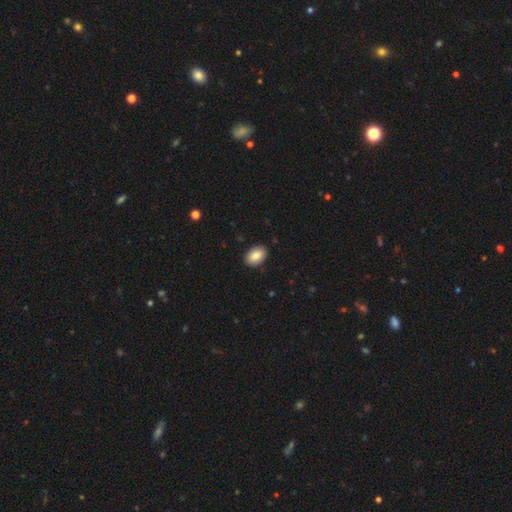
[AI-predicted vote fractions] A smooth galaxy with no disk features (86%) that is in between round and cigar-shaped (86%). Merging: none (89%).